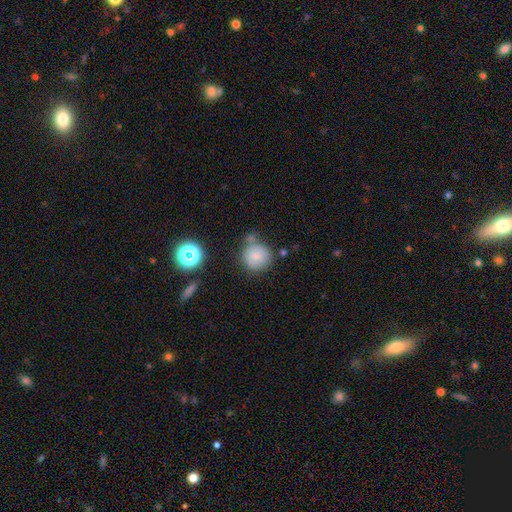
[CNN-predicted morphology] smooth 80%, star or artifact 11%, featured or disk 9%. Down the decision tree: how rounded — round (88%); merging — none (61%).